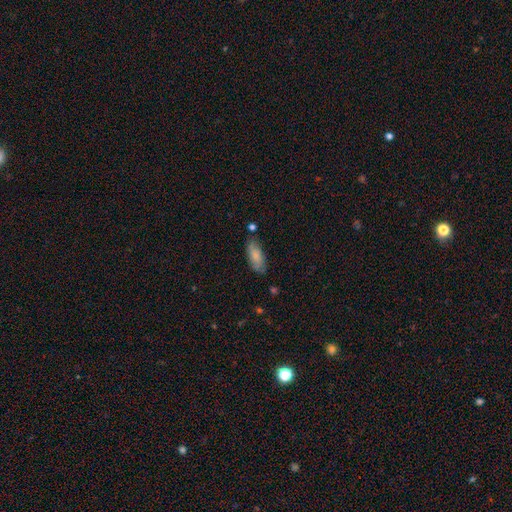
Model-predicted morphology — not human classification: A smooth galaxy with no disk features (79%) that is in between round and cigar-shaped (77%). Merging: none (72%).